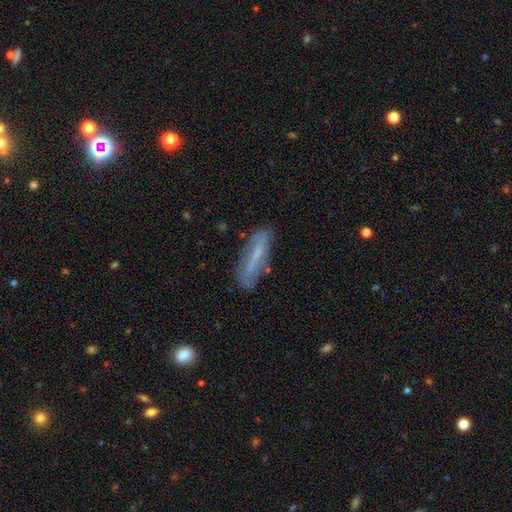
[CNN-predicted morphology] Overall: featured or disk (49%; smooth 42%). Merging: none (77%).